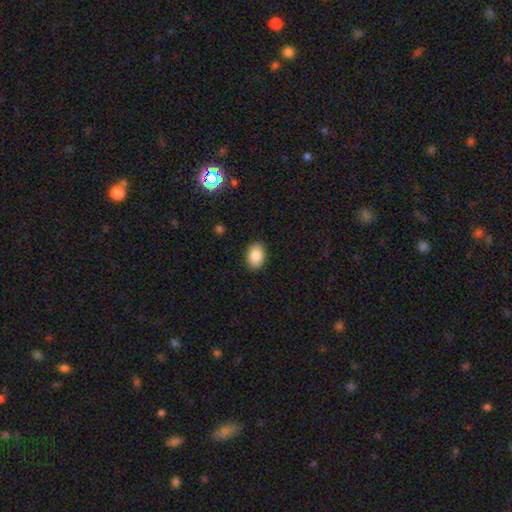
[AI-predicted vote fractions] This appears to be a smooth galaxy with no disk features (87%) that is in between round and cigar-shaped (81%). Merging: none (88%).